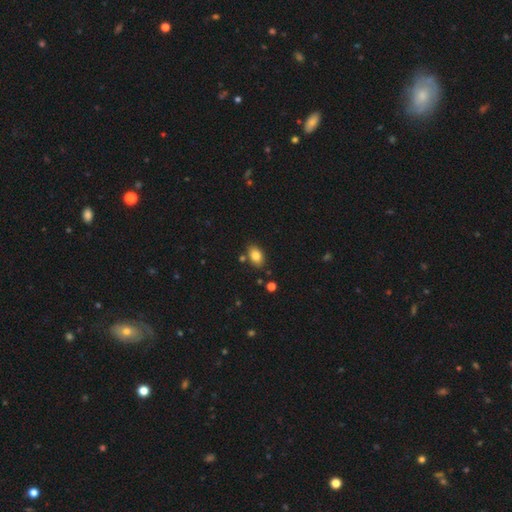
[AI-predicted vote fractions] Smooth or featured?
  - smooth: 83% *
  - star or artifact: 9%
  - featured or disk: 8%
How rounded?
  - in between: 86% *
  - round: 12%
  - cigar-shaped: 2%
Merging?
  - none: 81% *
  - minor disturbance: 12%
  - merger: 5%
  - major disturbance: 3%